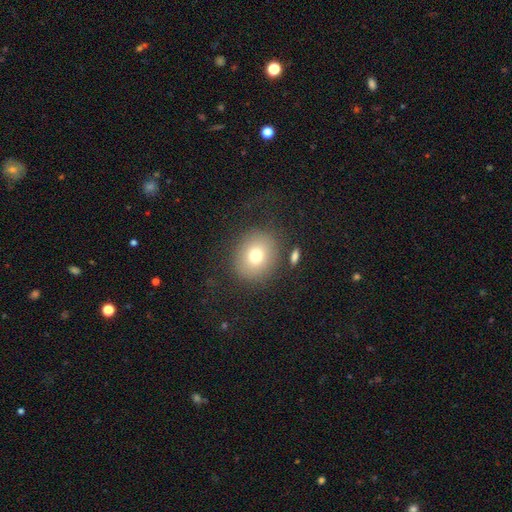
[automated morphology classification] Smooth or featured?
  - smooth: 74% *
  - featured or disk: 14%
  - star or artifact: 12%
How rounded?
  - round: 77% *
  - in between: 22%
  - cigar-shaped: 1%
Merging?
  - none: 79% *
  - minor disturbance: 11%
  - major disturbance: 6%
  - merger: 4%